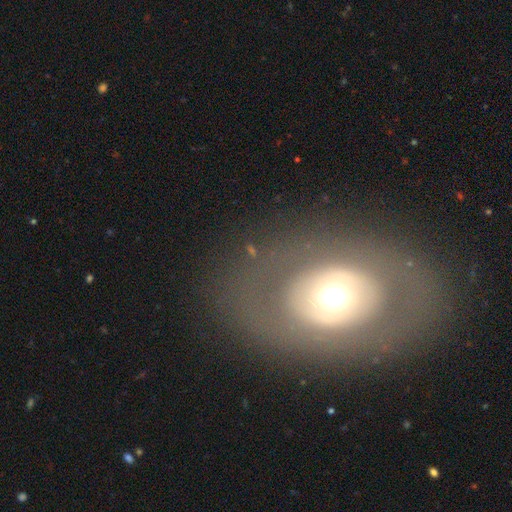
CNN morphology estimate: This appears to be a featured or disk galaxy (55%) with no bar (85%), no spiral arms (85%) and a moderate central bulge (57%). Merging: none (81%).